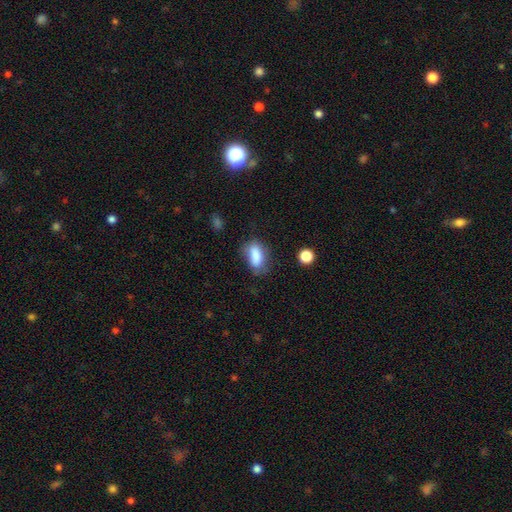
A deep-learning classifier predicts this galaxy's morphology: Overall: smooth (83%). How rounded: in between (85%). Merging: none (60%; minor disturbance 26%).